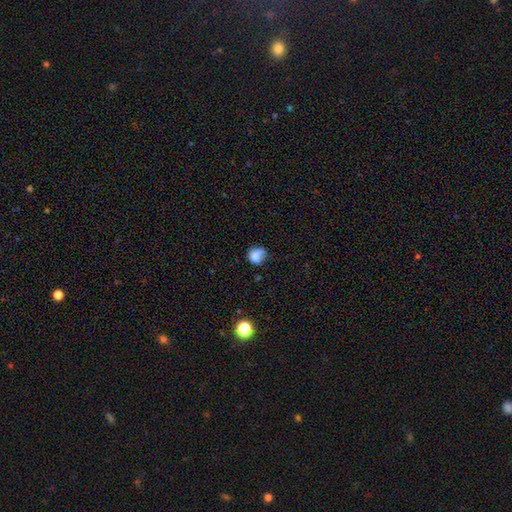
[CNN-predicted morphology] This is likely a smooth galaxy (79%). How rounded: likely round (69%). Merging: possibly none (52%).